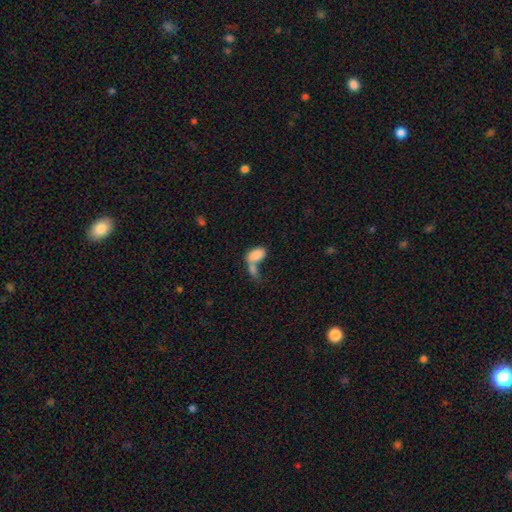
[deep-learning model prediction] Overall: smooth (83%). How rounded: in between (92%). Merging: merger (63%).